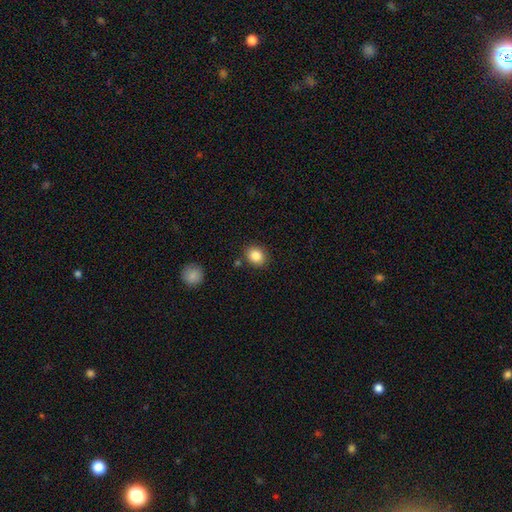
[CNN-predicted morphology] This is clearly a smooth galaxy (86%). How rounded: possibly round (59%). Merging: clearly none (84%).